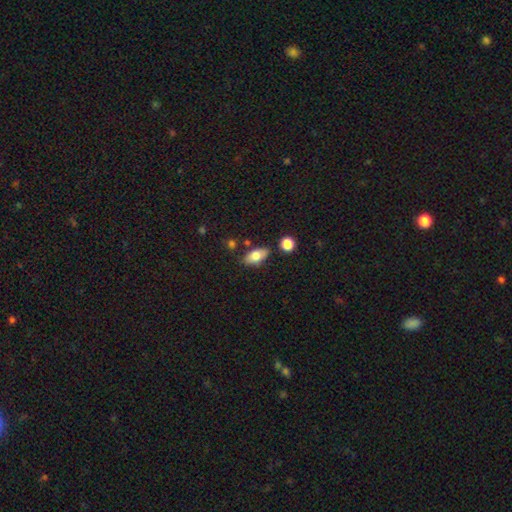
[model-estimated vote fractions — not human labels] Overall: smooth (77%). How rounded: in between (88%). Merging: none (77%).